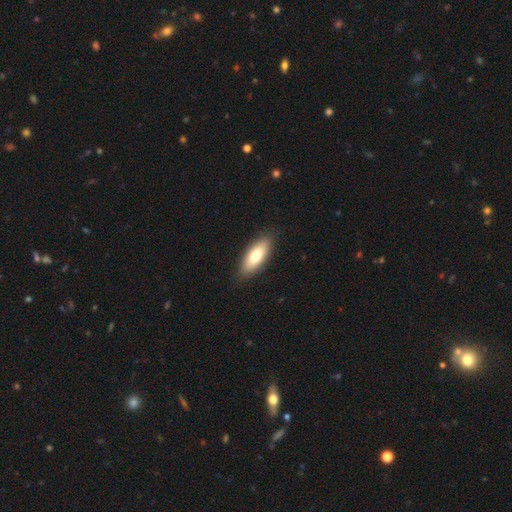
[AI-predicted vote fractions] This is likely a smooth galaxy (75%). How rounded: likely in between (73%). Merging: clearly none (87%).